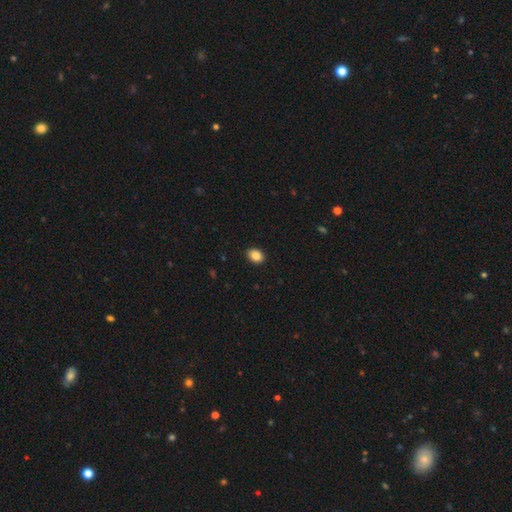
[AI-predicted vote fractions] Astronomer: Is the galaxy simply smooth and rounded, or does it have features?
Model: smooth — 87%.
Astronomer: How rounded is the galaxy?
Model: in between — 60% (runner-up: round, 40%).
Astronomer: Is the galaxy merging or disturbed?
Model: none — 90%.